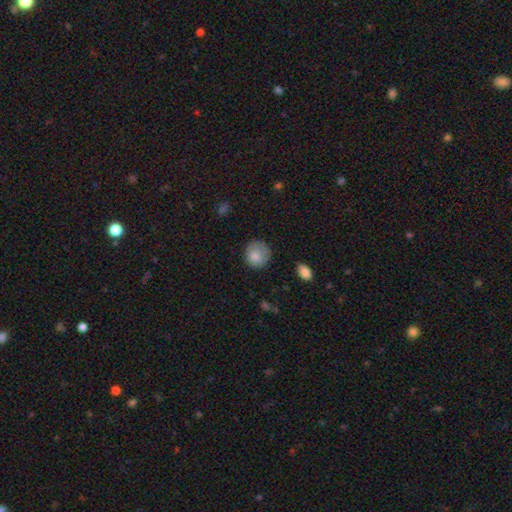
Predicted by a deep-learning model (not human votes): This is clearly a smooth galaxy (84%). How rounded: clearly round (84%). Merging: likely none (72%).